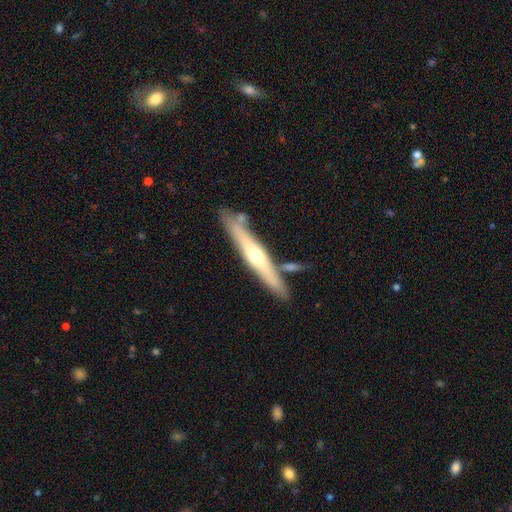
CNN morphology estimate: A featured or disk galaxy (62%) viewed edge-on (93%) with a rounded central bulge (85%). Merging: none (79%).